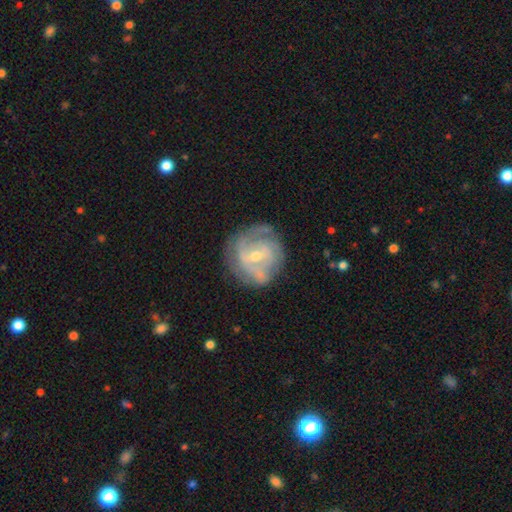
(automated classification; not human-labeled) The model was most divided on "spiral arm count": can't tell: 35%, 2: 33%, 3: 17%, 1: 7%, 4: 5%, more than 4: 3%. Remaining: edge-on disk — no (97%); spiral arms — yes (86%); smooth or featured — featured or disk (78%); merging — none (67%); spiral winding — tight (55%); bulge size — small (53%); bar — weak (47%).